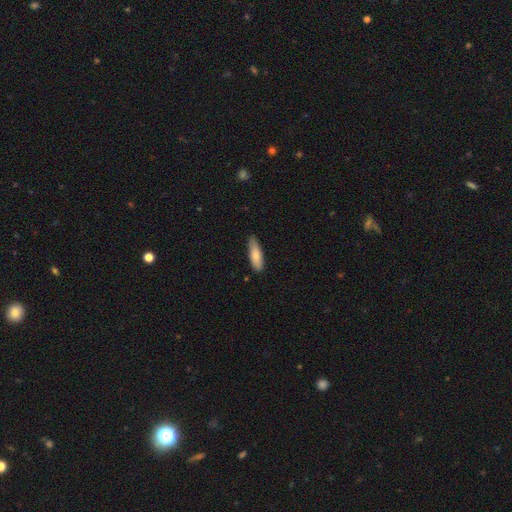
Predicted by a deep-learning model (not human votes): The model was most divided on "how rounded": cigar-shaped: 51%, in between: 47%, round: 2%. More confident: smooth or featured — smooth (82%); merging — none (79%).